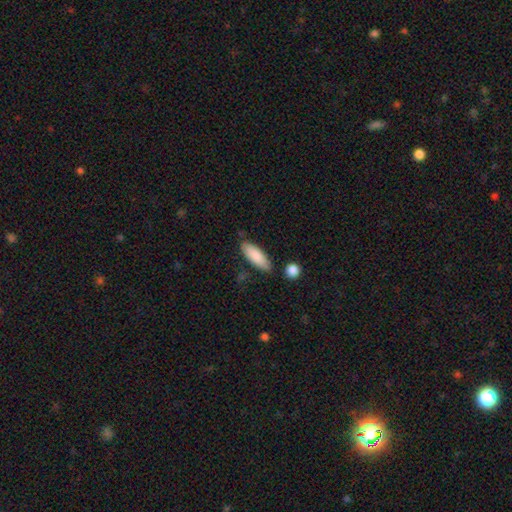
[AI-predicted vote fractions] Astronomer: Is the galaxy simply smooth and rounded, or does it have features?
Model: smooth — 86%.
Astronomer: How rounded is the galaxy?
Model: in between — 66%.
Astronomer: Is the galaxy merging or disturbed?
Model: none — 78%.